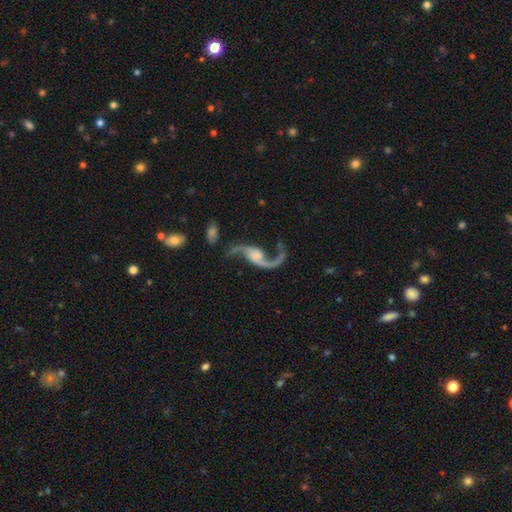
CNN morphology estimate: This appears to be a featured or disk galaxy (91%) with no bar (55%), 2 (93%) loose (86%) spiral arms (97%) and no central bulge (27%, tied with moderate). Merging: none (69%).